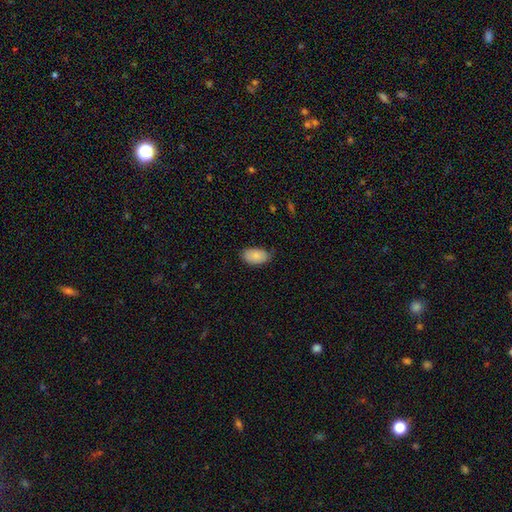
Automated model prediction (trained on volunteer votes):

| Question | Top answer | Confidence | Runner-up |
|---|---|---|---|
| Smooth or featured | smooth | 85% | featured or disk (9%) |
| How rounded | in between | 94% | round (5%) |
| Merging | none | 73% | minor disturbance (23%) |